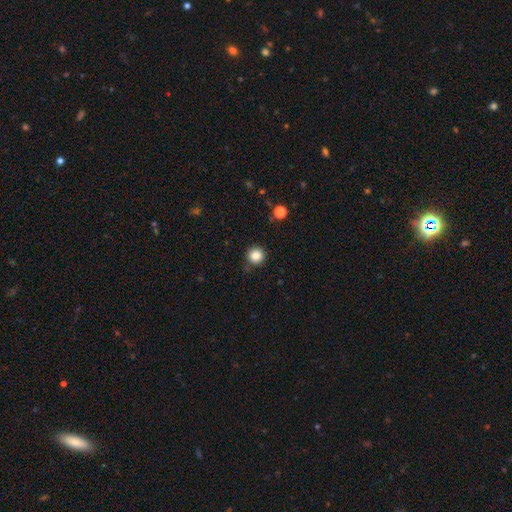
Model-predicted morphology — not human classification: This appears to be a smooth galaxy with no disk features (85%) that is round (95%). Merging: none (88%).